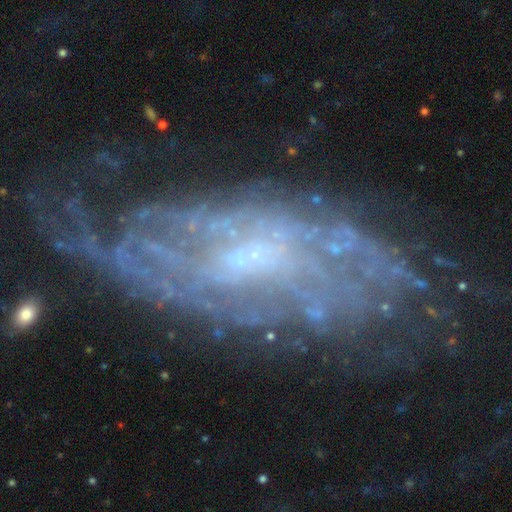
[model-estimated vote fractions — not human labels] The model was most divided on "bar": weak: 45%, no: 42%, strong: 14%. More confident: edge-on disk — no (88%); smooth or featured — featured or disk (80%); spiral arms — yes (79%); spiral arm count — can't tell (64%); merging — none (57%); bulge size — small (56%); spiral winding — tight (56%).